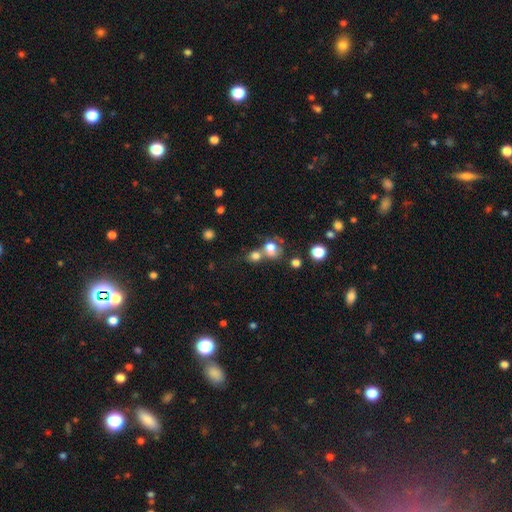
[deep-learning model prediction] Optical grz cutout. It shows a smooth galaxy with no disk features (50%). Merging: none (52%).